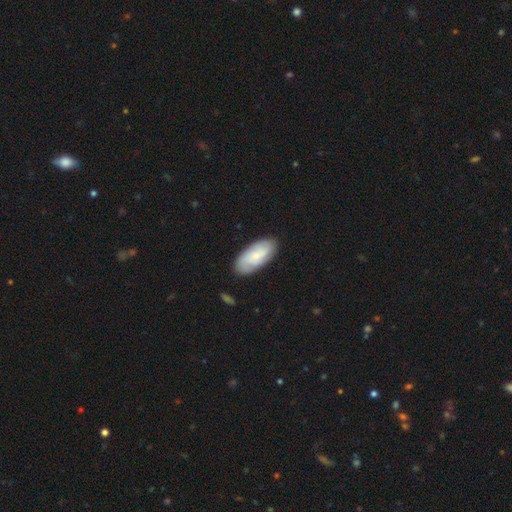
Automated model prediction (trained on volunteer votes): smooth 57%, featured or disk 37%, star or artifact 6%. Down the decision tree: how rounded — in between (91%); merging — none (84%).